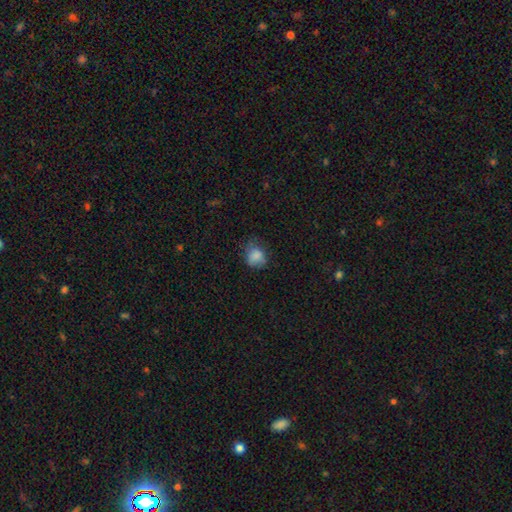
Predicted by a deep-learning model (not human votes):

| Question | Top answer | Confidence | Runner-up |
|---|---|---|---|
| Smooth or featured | smooth | 81% | star or artifact (11%) |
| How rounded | round | 56% | in between (43%) |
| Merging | none | 52% | minor disturbance (32%) |